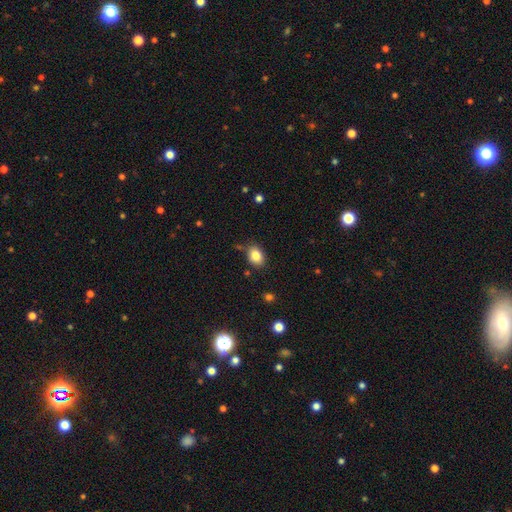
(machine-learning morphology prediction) Smooth or featured? smooth (84%)
How rounded? in between (71%)
Merging? none (80%)